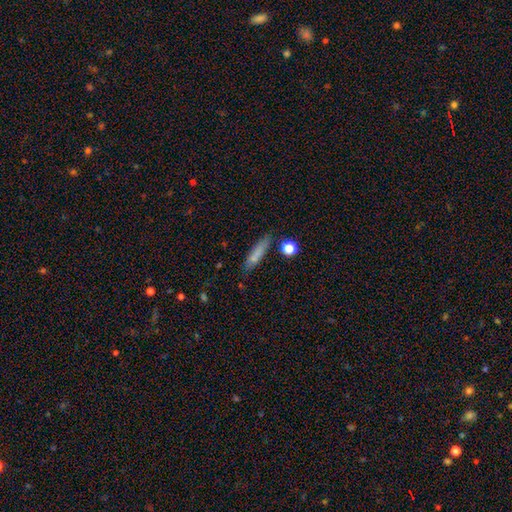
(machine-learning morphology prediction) Q: Smooth or featured?
A: smooth (76%); runner-up: featured or disk (15%)
Q: How rounded?
A: cigar-shaped (77%); runner-up: in between (20%)
Q: Merging?
A: none (74%); runner-up: minor disturbance (16%)